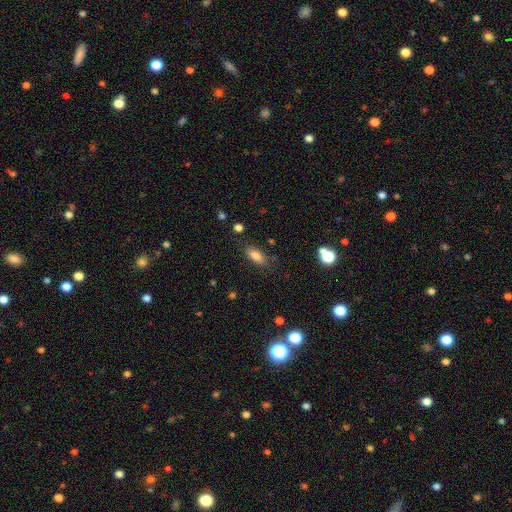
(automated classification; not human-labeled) Q: Smooth or featured?
A: smooth (81%); runner-up: featured or disk (10%)
Q: How rounded?
A: in between (82%); runner-up: cigar-shaped (14%)
Q: Merging?
A: none (82%); runner-up: minor disturbance (12%)